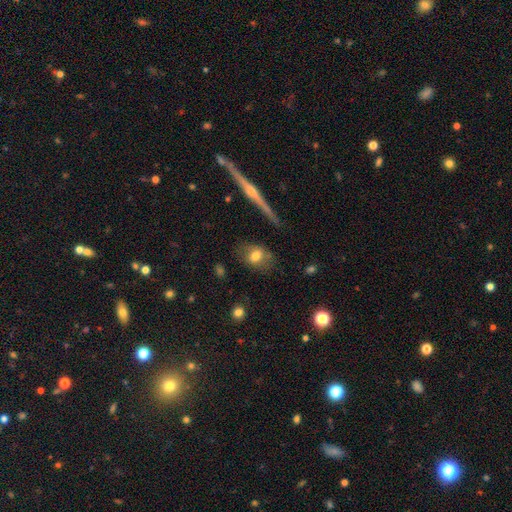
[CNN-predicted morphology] Overall: smooth (69%). How rounded: in between (62%; round 34%). Merging: none (70%).